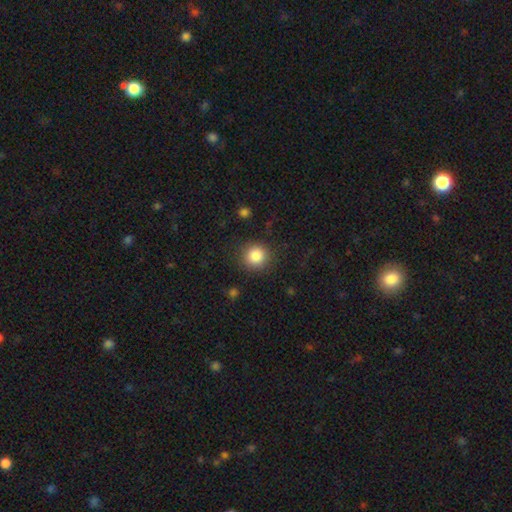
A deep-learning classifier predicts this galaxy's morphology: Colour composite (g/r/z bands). It shows a smooth galaxy with no disk features (85%) that is round (92%). Merging: none (88%).